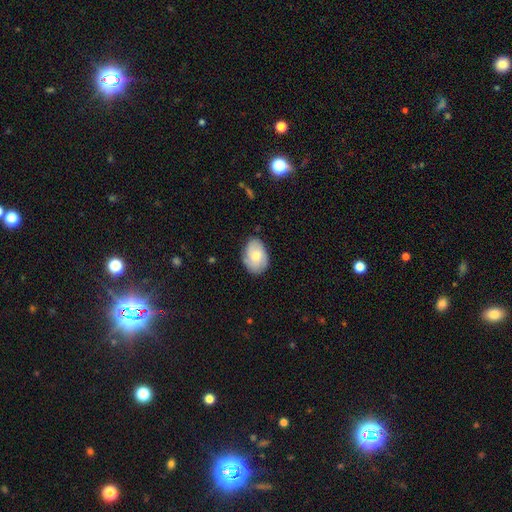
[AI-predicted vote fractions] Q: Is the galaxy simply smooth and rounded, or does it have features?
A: smooth — 57%.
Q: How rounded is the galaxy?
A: in between — 82%.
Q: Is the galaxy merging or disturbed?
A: none — 75%.